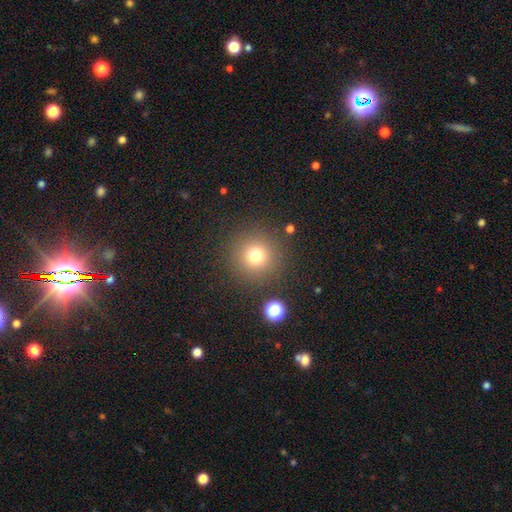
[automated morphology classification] The model was most divided on "smooth or featured": smooth: 75%, star or artifact: 16%, featured or disk: 9%. More confident: how rounded — round (96%); merging — none (88%).